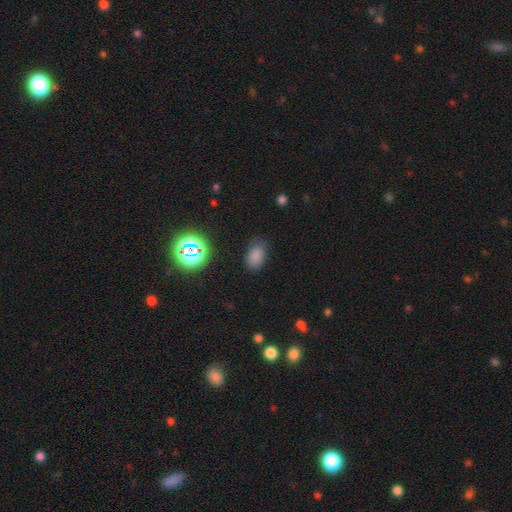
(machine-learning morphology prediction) A smooth galaxy with no disk features (78%) that is in between round and cigar-shaped (87%).

Vote fractions:
- Smooth or featured? smooth: 78% / star or artifact: 17% / featured or disk: 6%
- How rounded? in between: 87% / round: 11% / cigar-shaped: 2%
- Merging? none: 74% / minor disturbance: 19% / major disturbance: 5% / merger: 2%